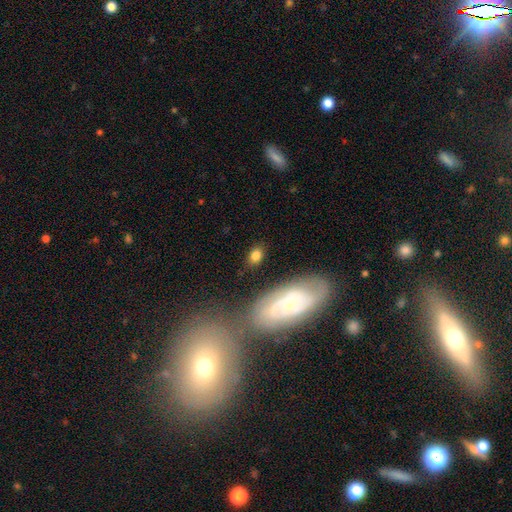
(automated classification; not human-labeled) The model was most divided on "smooth or featured": smooth: 74%, featured or disk: 18%, star or artifact: 8%. More confident: how rounded — in between (79%); merging — none (74%).